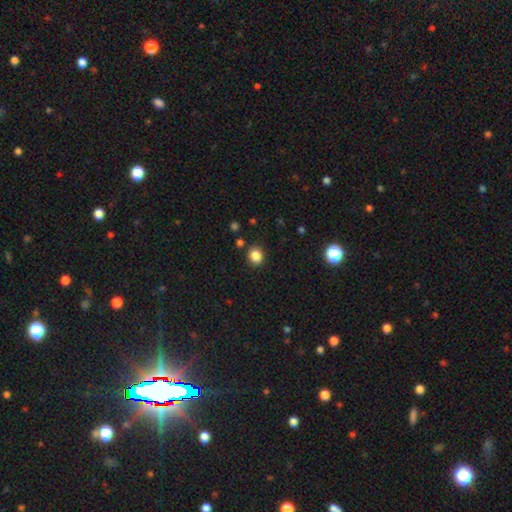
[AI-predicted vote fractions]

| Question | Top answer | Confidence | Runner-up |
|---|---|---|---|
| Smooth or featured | smooth | 84% | star or artifact (12%) |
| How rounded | round | 74% | in between (25%) |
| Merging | none | 87% | minor disturbance (8%) |